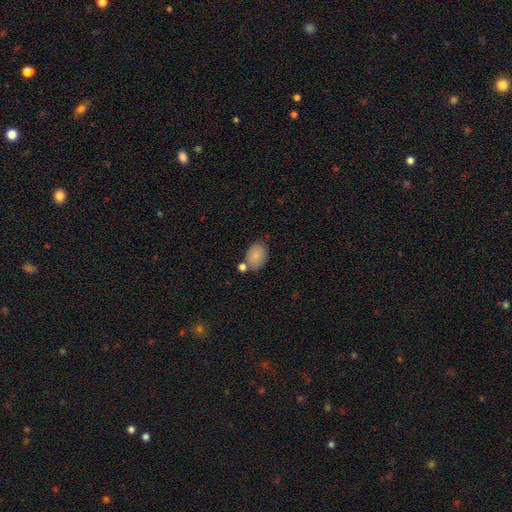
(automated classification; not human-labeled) smooth-or-featured: smooth: 86% | star or artifact: 7% | featured or disk: 7%
  how-rounded: in between: 80% | round: 19% | cigar-shaped: 1%
  merging: none: 66% | minor disturbance: 16% | merger: 15% | major disturbance: 4%